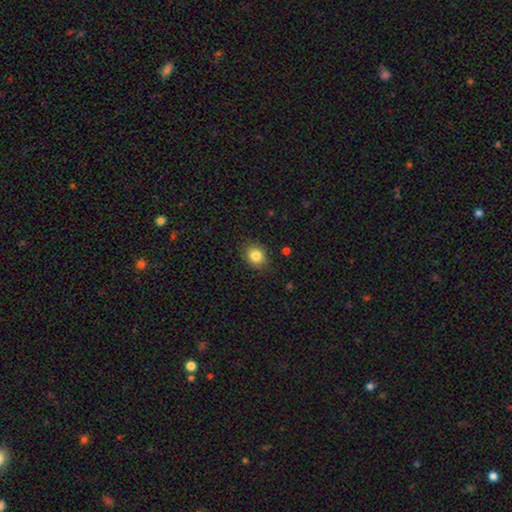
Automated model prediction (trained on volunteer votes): The model was most divided on "how rounded": round: 65%, in between: 34%, cigar-shaped: 1%. More confident: merging — none (85%); smooth or featured — smooth (84%).